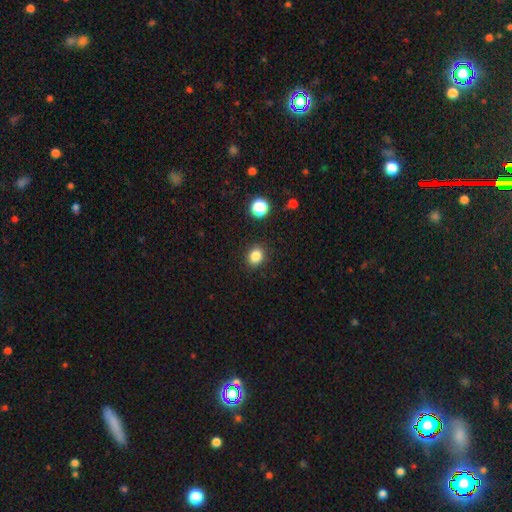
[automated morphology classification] Smooth or featured? smooth (84%)
How rounded? round (59%)
Merging? none (89%)